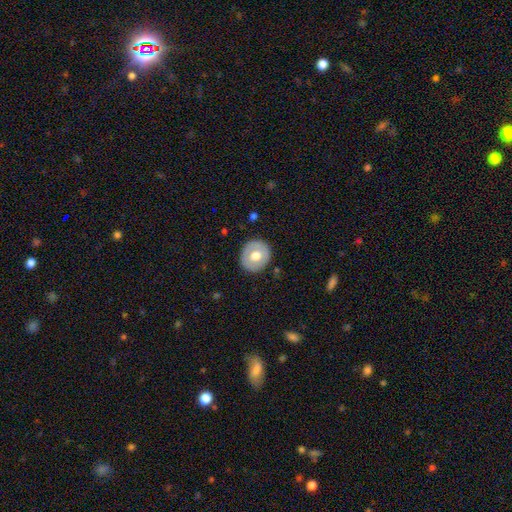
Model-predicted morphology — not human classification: This appears to be a smooth galaxy with no disk features (59%) that is round (80%). Merging: none (87%).